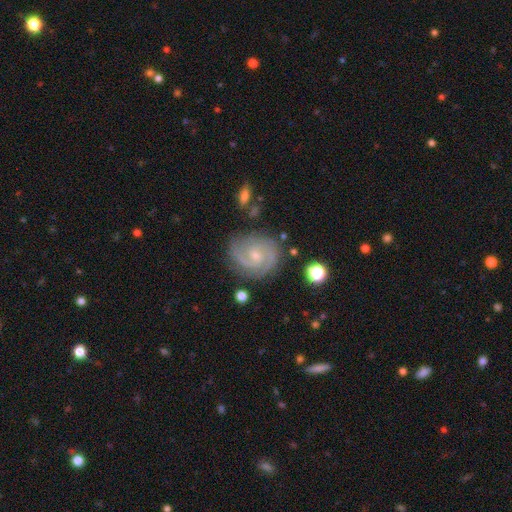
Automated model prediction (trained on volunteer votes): This appears to be a featured or disk galaxy (86%) with no bar (57%), 2 (77%) tight (54%) spiral arms (97%) and a small central bulge (65%). Merging: none (79%).